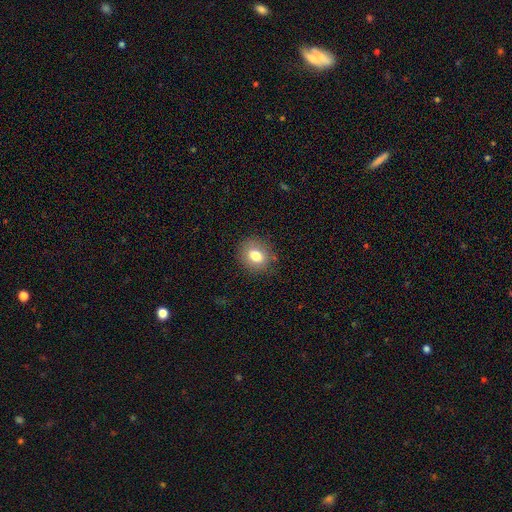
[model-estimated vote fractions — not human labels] This is likely a smooth galaxy (77%). How rounded: possibly round (56%). Merging: clearly none (84%).